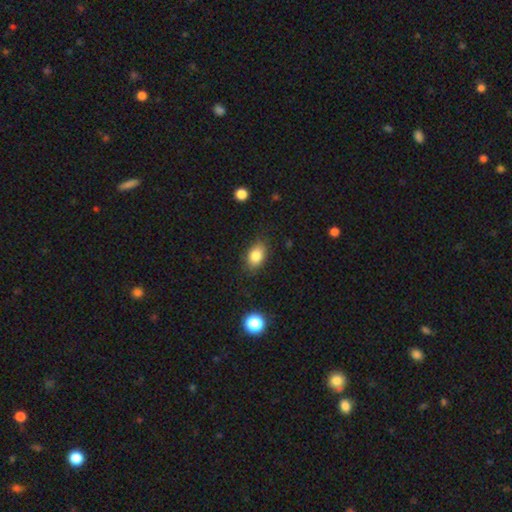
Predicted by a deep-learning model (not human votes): Smooth or featured? smooth (84%)
How rounded? in between (82%)
Merging? none (82%)